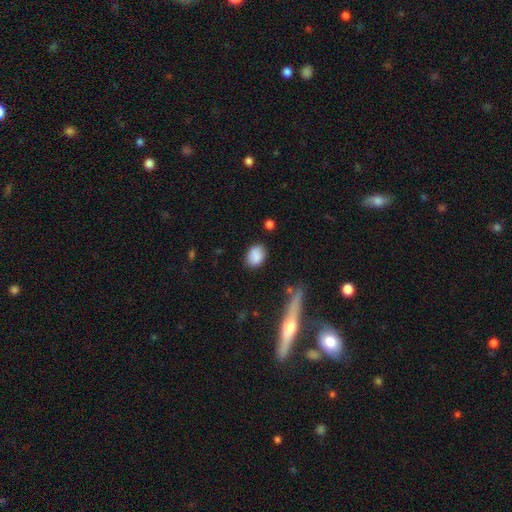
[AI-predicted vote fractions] A smooth galaxy with no disk features (85%) that is in between round and cigar-shaped (68%). Merging: none (76%).